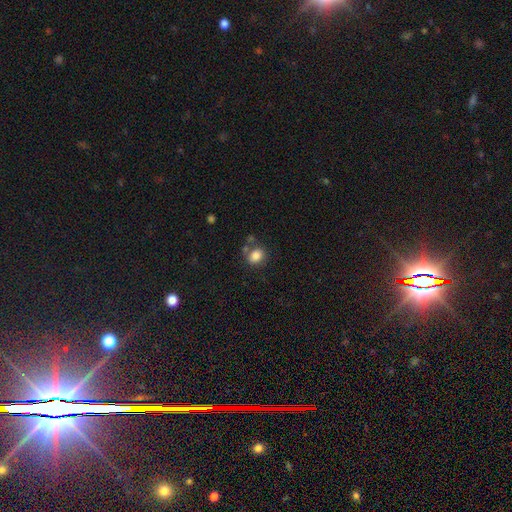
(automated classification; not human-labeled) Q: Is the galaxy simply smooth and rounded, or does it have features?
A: smooth — 83%.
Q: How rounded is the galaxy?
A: round — 56%.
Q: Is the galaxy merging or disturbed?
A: none — 65%.